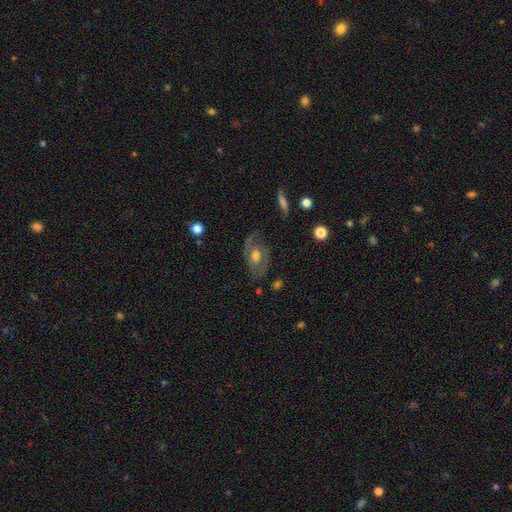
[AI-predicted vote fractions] smooth_or_featured: featured or disk (p=0.65) [alt: smooth p=0.27]
disk_edge_on: no (p=0.93) [alt: yes p=0.07]
bar: no (p=0.70) [alt: weak p=0.25]
has_spiral_arms: yes (p=0.69) [alt: no p=0.31]
bulge_size: moderate (p=0.67) [alt: large p=0.17]
merging: none (p=0.64) [alt: minor disturbance p=0.21]